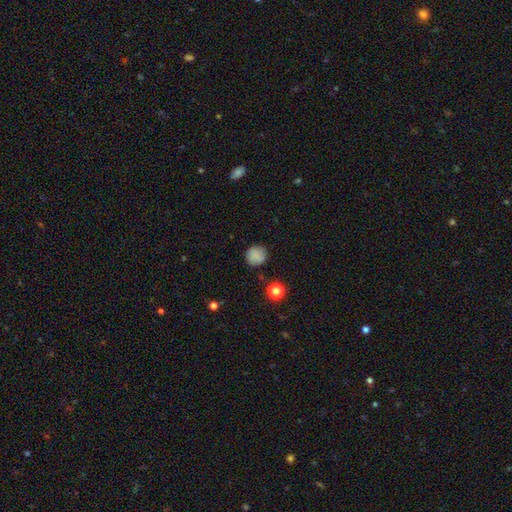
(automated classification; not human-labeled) smooth-or-featured: smooth: 81% | star or artifact: 11% | featured or disk: 7%
  how-rounded: round: 91% | in between: 8% | cigar-shaped: 1%
  merging: none: 82% | minor disturbance: 12% | major disturbance: 4% | merger: 2%